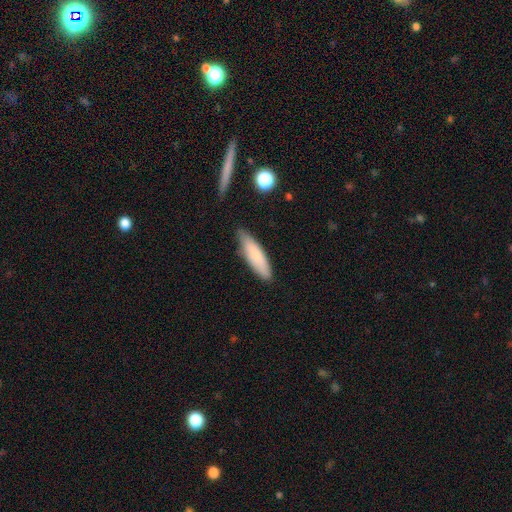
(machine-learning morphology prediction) Smooth or featured?
  - smooth: 80% *
  - featured or disk: 13%
  - star or artifact: 6%
How rounded?
  - cigar-shaped: 65% *
  - in between: 34%
  - round: 1%
Merging?
  - none: 81% *
  - minor disturbance: 15%
  - major disturbance: 2%
  - merger: 2%